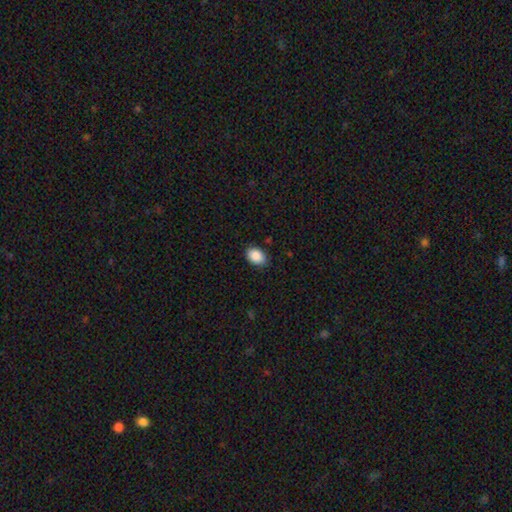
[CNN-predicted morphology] smooth 89%, star or artifact 8%, featured or disk 4%. Down the decision tree: how rounded — in between (81%); merging — none (85%).